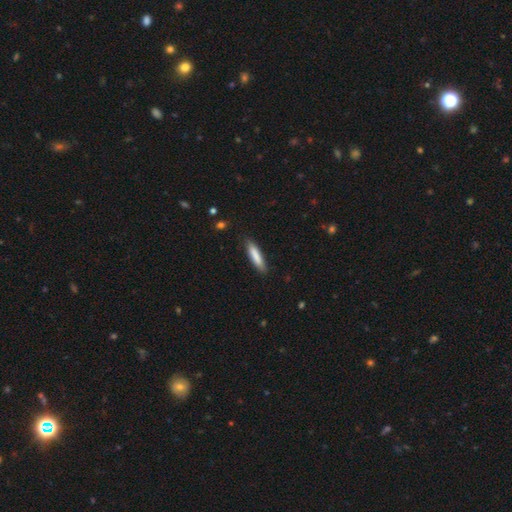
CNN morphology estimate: Overall: smooth (83%). How rounded: cigar-shaped (83%). Merging: none (86%).